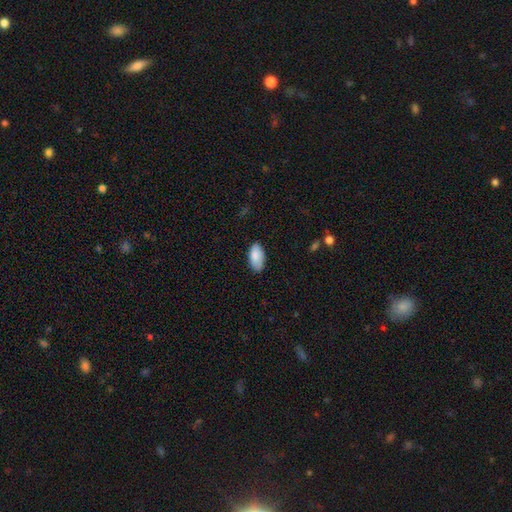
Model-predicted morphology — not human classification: type=smooth (84%); roundness=in between (94%); merging=none (81%).